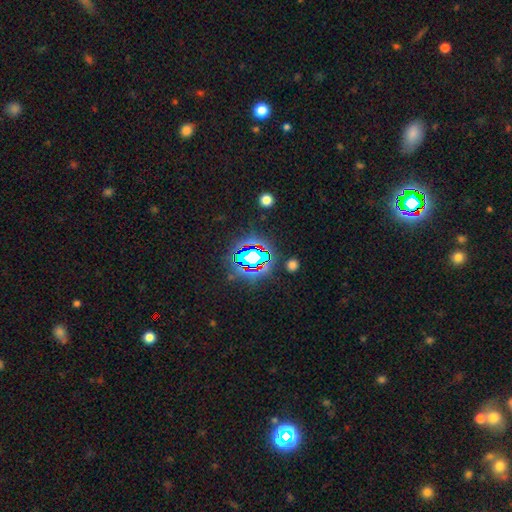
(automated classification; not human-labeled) Smooth or featured: star or artifact — 74% (smooth — 15%)